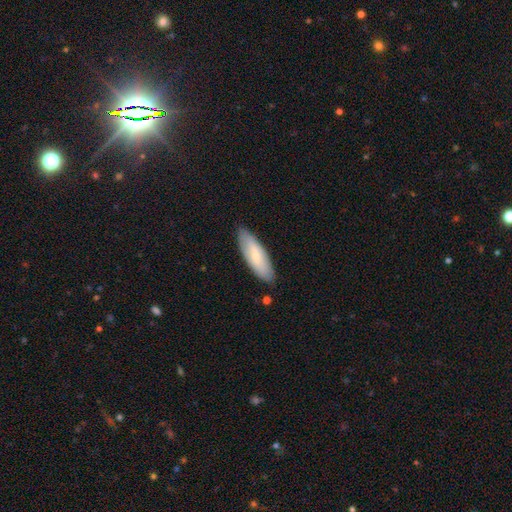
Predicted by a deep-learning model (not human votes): smooth-or-featured: smooth: 72% | featured or disk: 23% | star or artifact: 6%
  how-rounded: in between: 57% | cigar-shaped: 42% | round: 2%
  merging: none: 85% | minor disturbance: 11% | major disturbance: 2% | merger: 1%